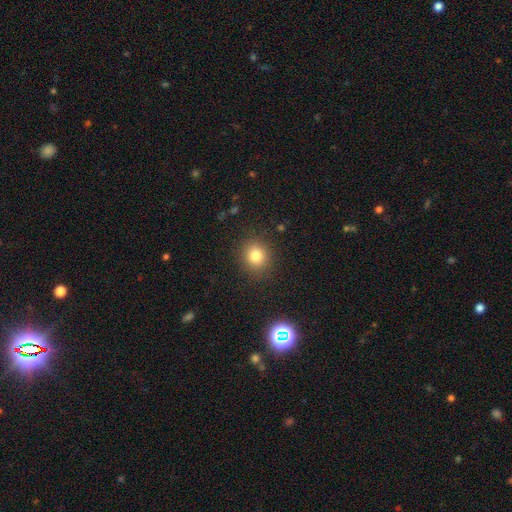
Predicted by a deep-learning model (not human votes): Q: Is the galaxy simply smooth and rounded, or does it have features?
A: smooth — 80%.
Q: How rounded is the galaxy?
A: round — 83%.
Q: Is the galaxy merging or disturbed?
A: none — 88%.